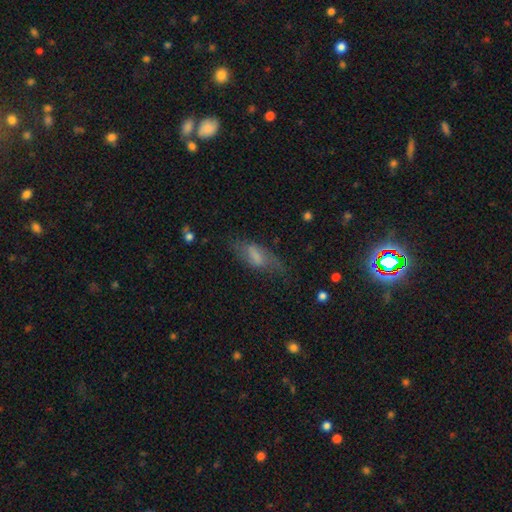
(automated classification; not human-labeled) smooth-or-featured: smooth: 51% | featured or disk: 39% | star or artifact: 10%
  how-rounded: in between: 63% | cigar-shaped: 34% | round: 3%
  merging: none: 60% | minor disturbance: 23% | major disturbance: 15% | merger: 2%